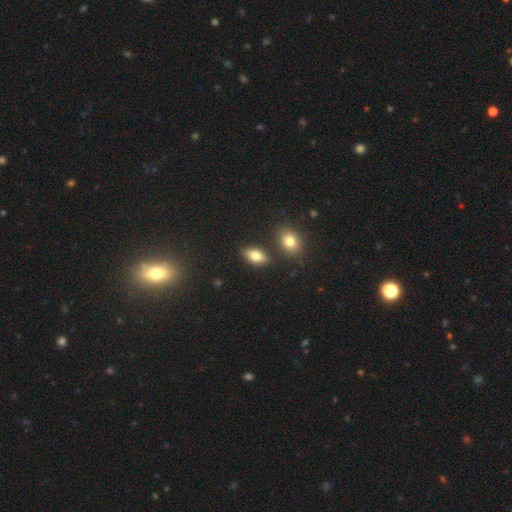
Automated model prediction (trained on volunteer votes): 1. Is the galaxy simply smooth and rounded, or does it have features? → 78% smooth, 13% featured or disk, 9% star or artifact.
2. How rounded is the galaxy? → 88% in between, 7% round, 5% cigar-shaped.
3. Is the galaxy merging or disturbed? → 80% none, 10% minor disturbance, 7% merger, 3% major disturbance.